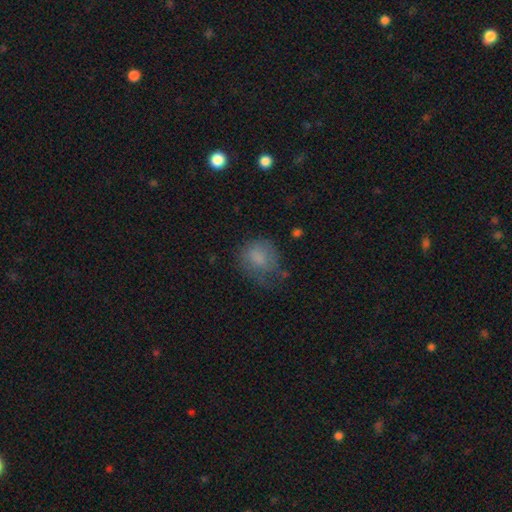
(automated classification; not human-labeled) smooth-or-featured: smooth: 72% | featured or disk: 16% | star or artifact: 12%
  how-rounded: round: 61% | in between: 37% | cigar-shaped: 1%
  merging: none: 46% | minor disturbance: 30% | major disturbance: 22% | merger: 2%